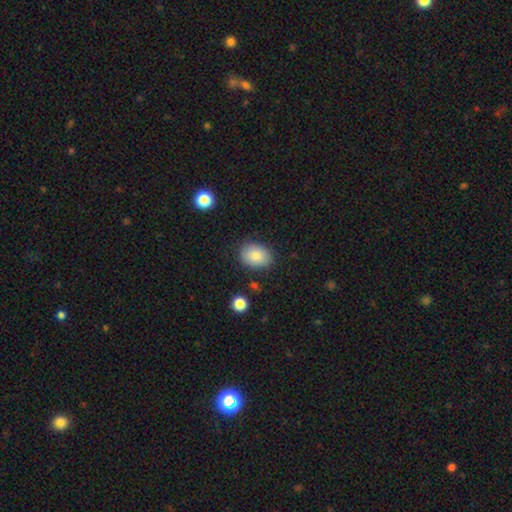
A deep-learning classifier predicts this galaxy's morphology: smooth-or-featured: smooth: 84% | featured or disk: 8% | star or artifact: 8%
  how-rounded: in between: 74% | round: 25% | cigar-shaped: 1%
  merging: none: 83% | minor disturbance: 12% | major disturbance: 3% | merger: 2%